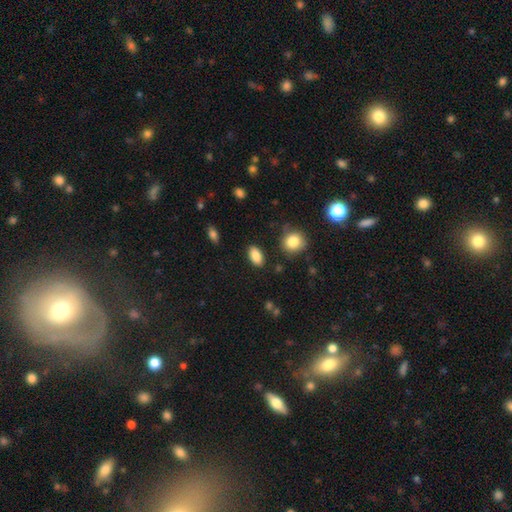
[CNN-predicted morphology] smooth_or_featured: smooth (p=0.87) [alt: star or artifact p=0.08]
how_rounded: in between (p=0.91) [alt: round p=0.06]
merging: none (p=0.87) [alt: minor disturbance p=0.09]